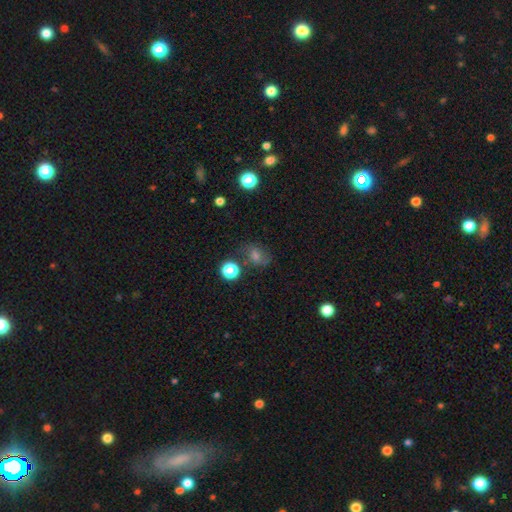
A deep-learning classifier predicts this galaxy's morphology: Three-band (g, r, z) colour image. It shows a smooth galaxy with no disk features (49%). Merging: none (67%).